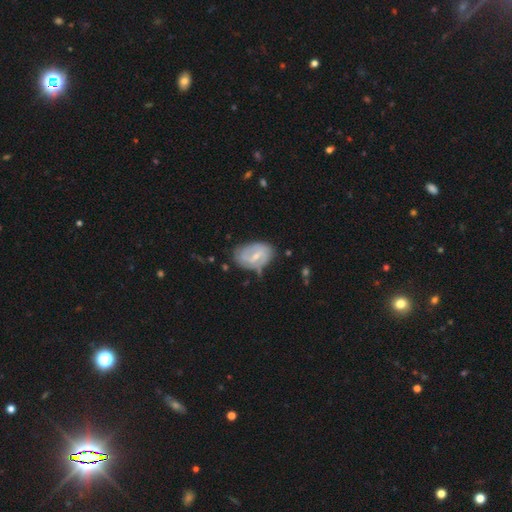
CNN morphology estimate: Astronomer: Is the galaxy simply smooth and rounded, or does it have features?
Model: featured or disk — 62%.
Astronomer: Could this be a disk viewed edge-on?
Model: no — 95%.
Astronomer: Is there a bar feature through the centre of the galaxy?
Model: weak — 55%.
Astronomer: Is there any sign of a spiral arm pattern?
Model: yes — 69%.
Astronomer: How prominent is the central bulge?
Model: small — 53% (runner-up: moderate, 40%).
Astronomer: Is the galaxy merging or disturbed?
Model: none — 53% (runner-up: minor disturbance, 32%).